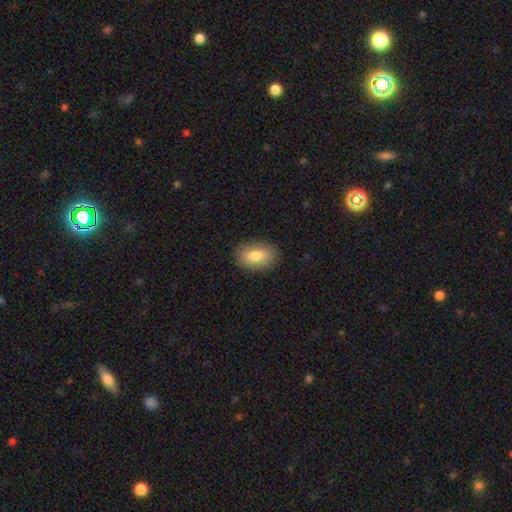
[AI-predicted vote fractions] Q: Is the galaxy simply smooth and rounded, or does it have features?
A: smooth — 79%.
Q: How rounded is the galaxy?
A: in between — 86%.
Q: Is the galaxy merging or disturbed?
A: none — 87%.